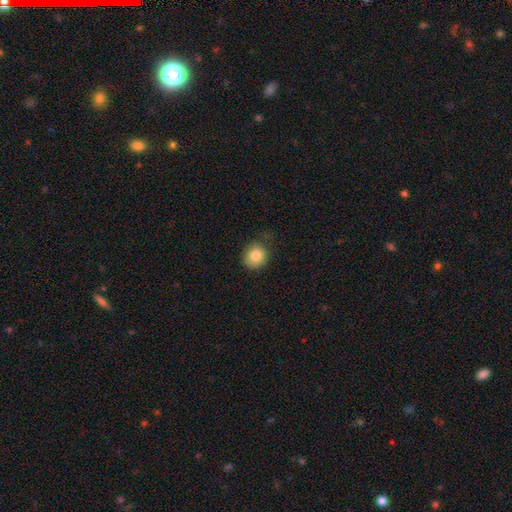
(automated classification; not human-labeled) smooth-or-featured: smooth: 83% | star or artifact: 10% | featured or disk: 8%
  how-rounded: round: 81% | in between: 18% | cigar-shaped: 1%
  merging: none: 71% | minor disturbance: 22% | major disturbance: 6% | merger: 1%